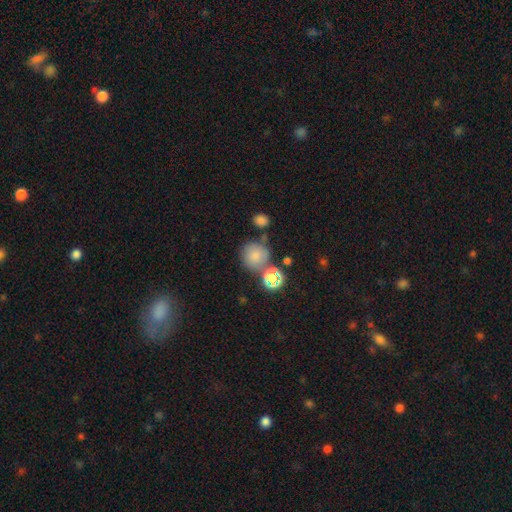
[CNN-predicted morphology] A smooth galaxy with no disk features (75%) that is round (89%). Merging: none (61%).